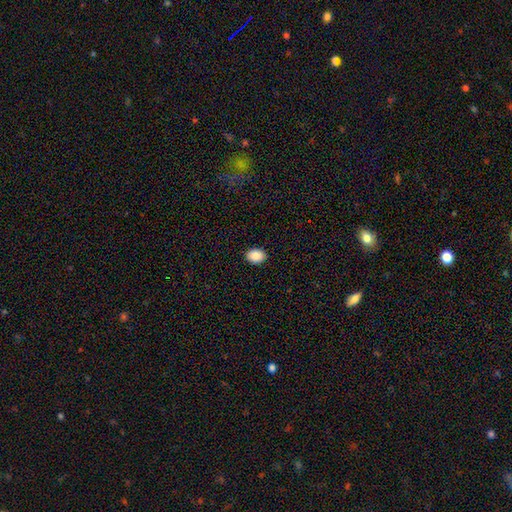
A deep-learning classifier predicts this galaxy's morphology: smooth_or_featured: smooth (p=0.89) [alt: star or artifact p=0.08]
how_rounded: in between (p=0.65) [alt: round p=0.35]
merging: none (p=0.91) [alt: minor disturbance p=0.06]